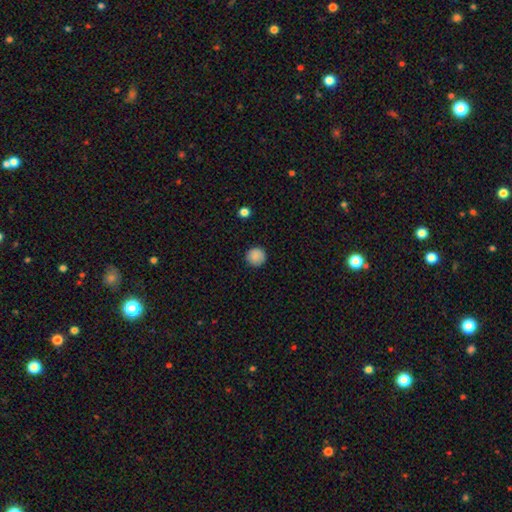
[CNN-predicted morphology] A smooth galaxy with no disk features (88%) that is round (95%). Merging: none (90%).